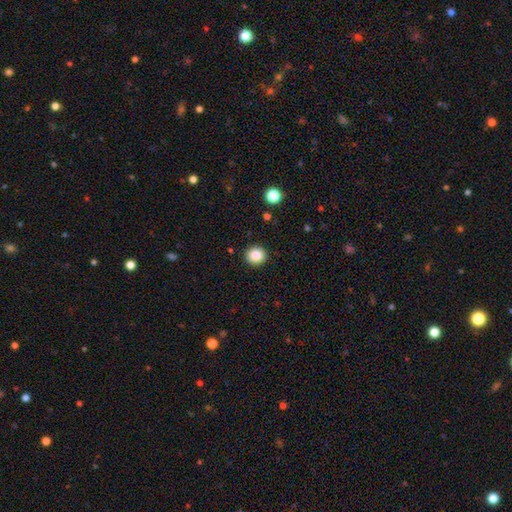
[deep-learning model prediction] Smooth or featured: smooth — 85% (star or artifact — 10%)
How rounded: round — 91% (in between — 8%)
Merging: none — 92% (minor disturbance — 5%)